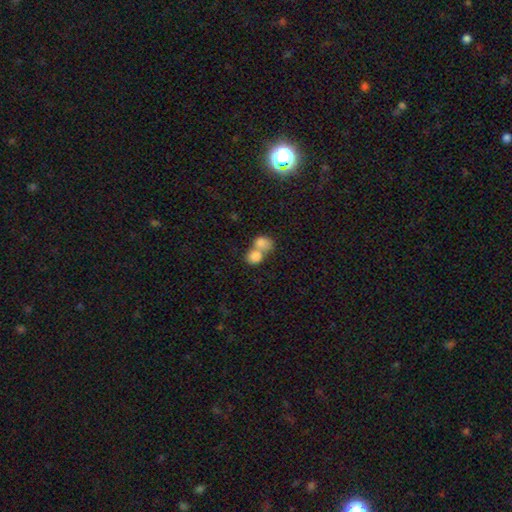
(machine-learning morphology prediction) A smooth galaxy with no disk features (80%) that is round (59%).

Vote fractions:
- Smooth or featured? smooth: 80% / featured or disk: 11% / star or artifact: 8%
- How rounded? round: 59% / in between: 40% / cigar-shaped: 1%
- Merging? merger: 72% / none: 20% / minor disturbance: 5% / major disturbance: 4%